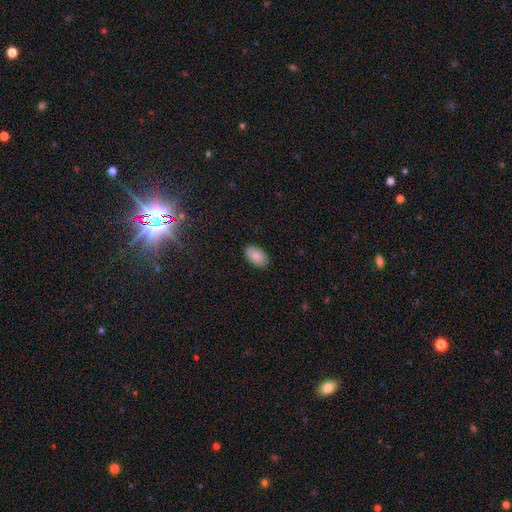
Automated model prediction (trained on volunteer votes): smooth_or_featured: smooth (p=0.86) [alt: featured or disk p=0.07]
how_rounded: in between (p=0.94) [alt: round p=0.05]
merging: none (p=0.86) [alt: minor disturbance p=0.11]